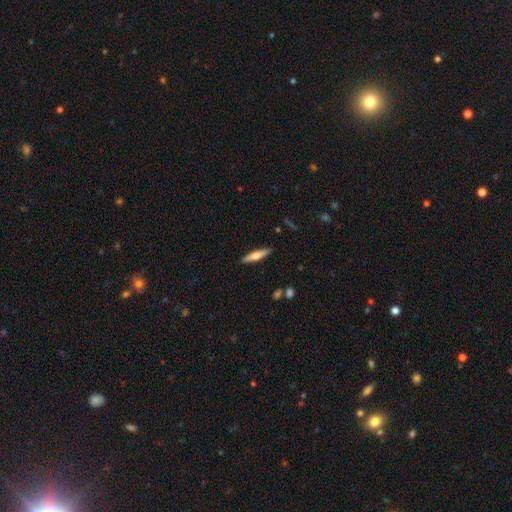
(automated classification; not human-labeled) smooth 53%, featured or disk 41%, star or artifact 6%. Down the decision tree: how rounded — cigar-shaped (82%); merging — none (90%).